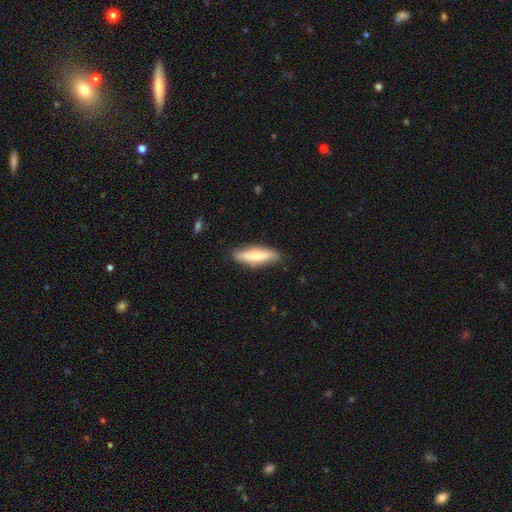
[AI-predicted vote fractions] Smooth or featured: smooth — 61% (featured or disk — 33%)
How rounded: cigar-shaped — 65% (in between — 33%)
Merging: none — 83% (minor disturbance — 13%)